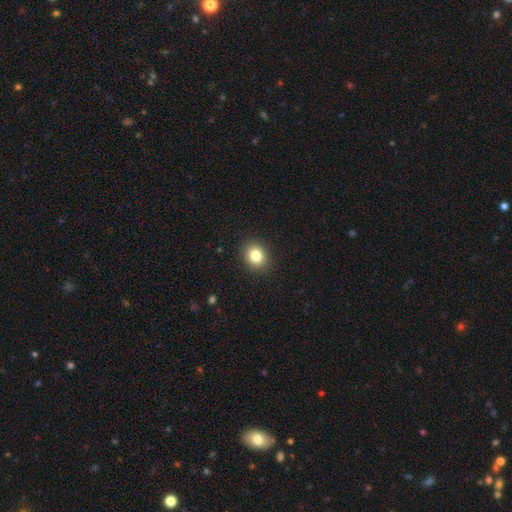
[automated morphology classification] Q: Smooth or featured?
A: smooth (83%); runner-up: star or artifact (10%)
Q: How rounded?
A: round (68%); runner-up: in between (31%)
Q: Merging?
A: none (90%); runner-up: minor disturbance (7%)